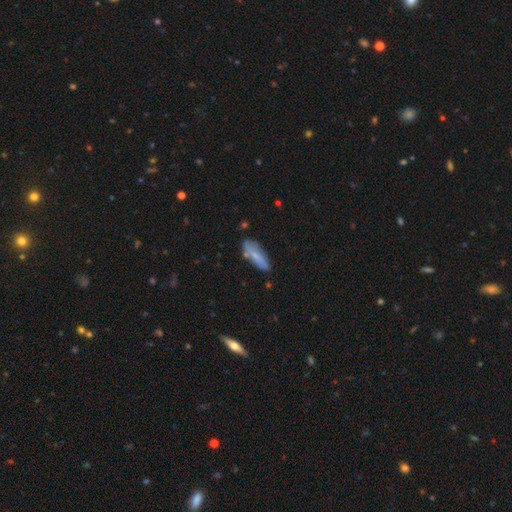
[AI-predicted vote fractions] smooth-or-featured: smooth: 64% | featured or disk: 28% | star or artifact: 7%
  how-rounded: in between: 59% | cigar-shaped: 39% | round: 2%
  merging: none: 67% | minor disturbance: 23% | major disturbance: 6% | merger: 4%